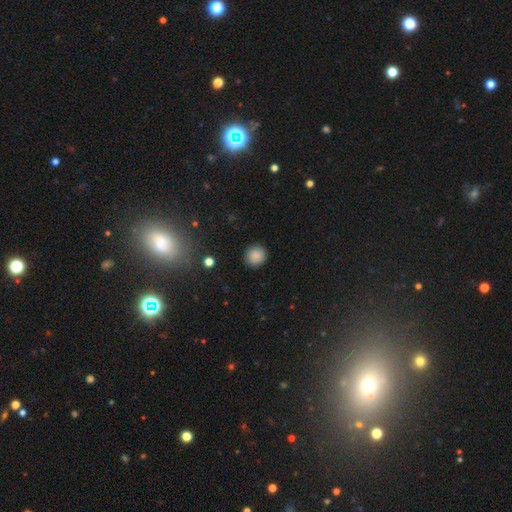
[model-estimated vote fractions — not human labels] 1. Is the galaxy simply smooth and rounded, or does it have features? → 87% smooth, 10% star or artifact, 4% featured or disk.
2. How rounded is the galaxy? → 91% round, 8% in between, 1% cigar-shaped.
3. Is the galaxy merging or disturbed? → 90% none, 7% minor disturbance, 2% major disturbance, 1% merger.